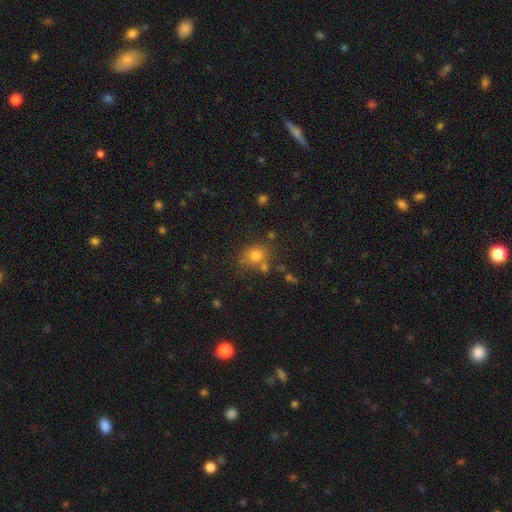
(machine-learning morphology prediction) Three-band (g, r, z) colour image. It shows a smooth galaxy with no disk features (75%) that is round (65%). Merging: none (64%).